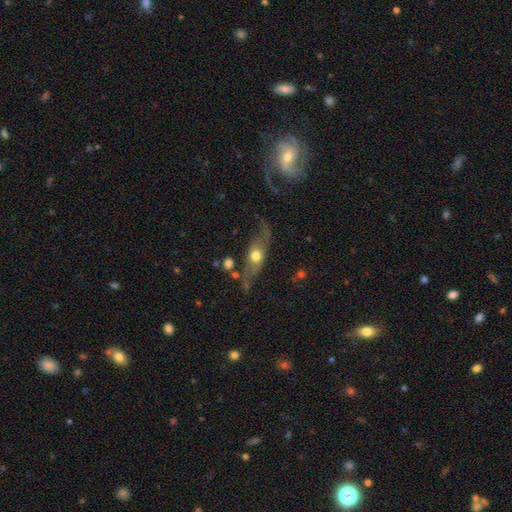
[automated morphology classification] Smooth or featured: featured or disk — 61% (smooth — 31%)
Edge-on disk: yes — 50% (tied with no — 50%)
Merging: none — 62% (minor disturbance — 23%)